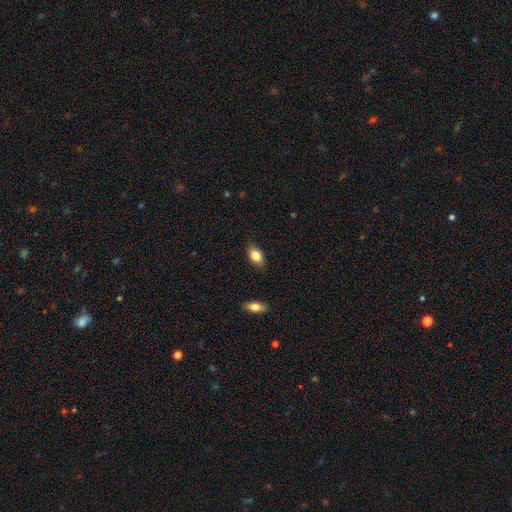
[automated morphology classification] Overall: smooth (80%). How rounded: in between (85%). Merging: none (80%).